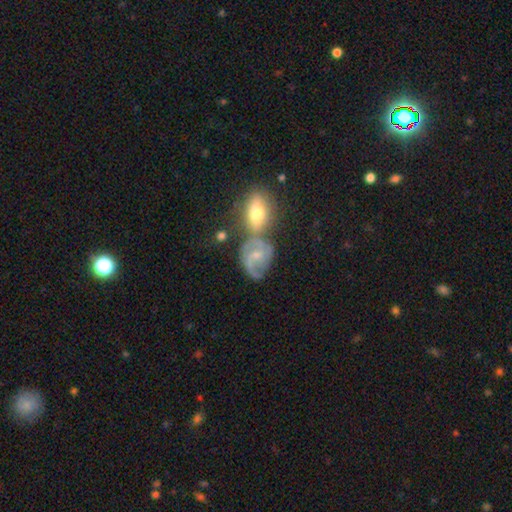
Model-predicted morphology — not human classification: This is likely a featured or disk galaxy (75%). It is clearly not viewed edge-on (97%). Bar: possibly no (51%). Spiral arm pattern: clearly yes (92%). Spiral arm count: likely 2 (69%). Spiral winding: possibly medium (52%). Central bulge: possibly small (58%). Merging: marginally none (41%).